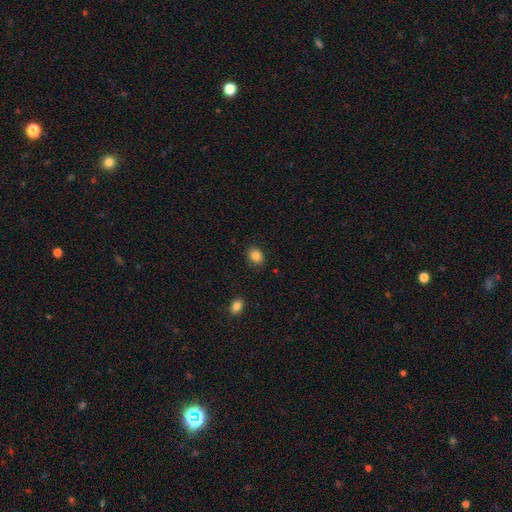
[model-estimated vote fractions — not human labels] The model was most divided on "how rounded": in between: 58%, round: 41%, cigar-shaped: 1%. More confident: merging — none (87%); smooth or featured — smooth (86%).